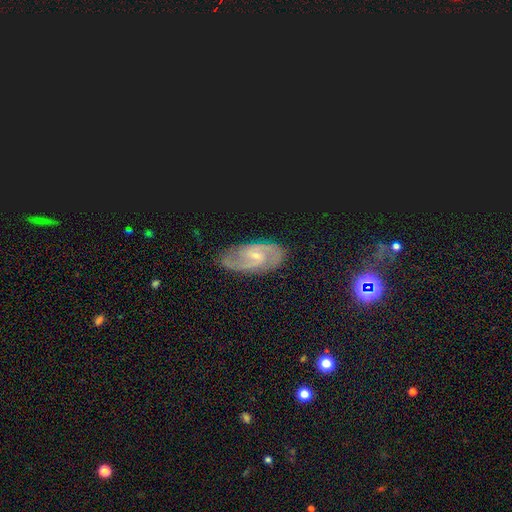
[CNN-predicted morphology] This appears to be a featured or disk galaxy (84%) with a weak bar (54%), 2 (87%) medium (51%) spiral arms (97%) and a small central bulge (76%). Merging: none (82%).